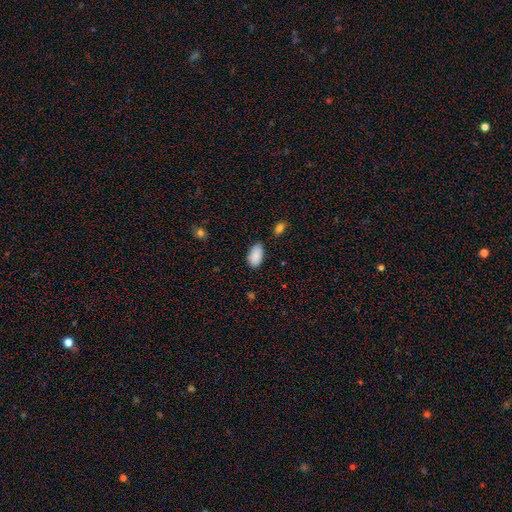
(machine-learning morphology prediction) Smooth or featured: smooth — 89% (star or artifact — 7%)
How rounded: in between — 94% (round — 3%)
Merging: none — 78% (minor disturbance — 17%)